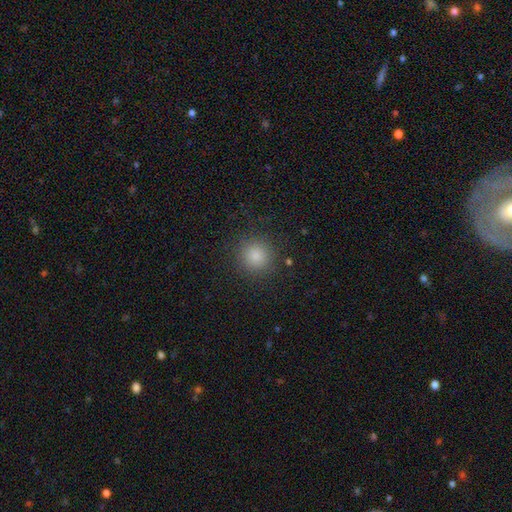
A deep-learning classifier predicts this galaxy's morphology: A smooth galaxy with no disk features (83%) that is round (94%). Merging: none (89%).